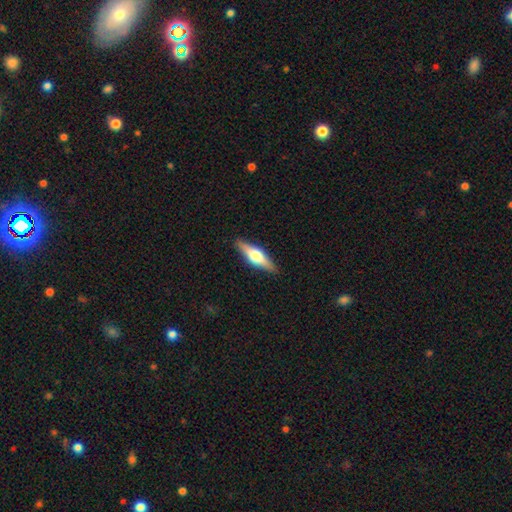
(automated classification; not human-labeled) Overall: featured or disk (60%; smooth 34%). Edge-on disk: yes (96%). Edge-on bulge: rounded (93%). Merging: none (90%).